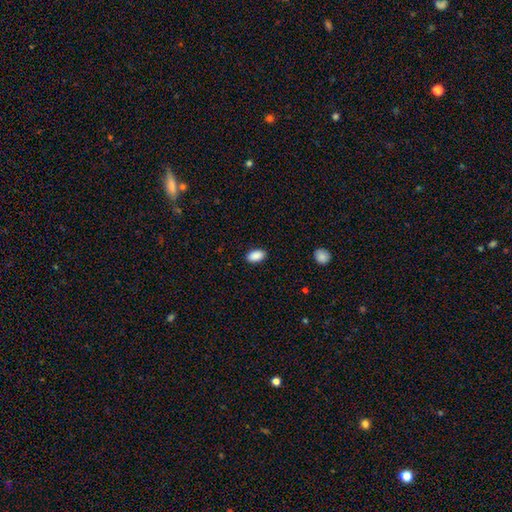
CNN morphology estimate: A smooth galaxy with no disk features (90%) that is in between round and cigar-shaped (93%). Merging: none (89%).